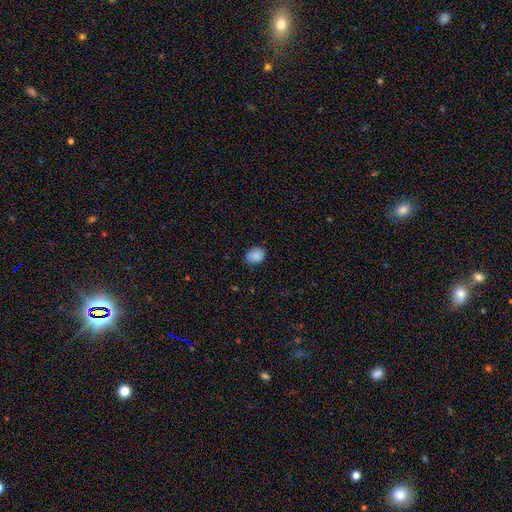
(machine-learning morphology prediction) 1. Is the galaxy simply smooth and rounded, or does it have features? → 87% smooth, 9% star or artifact, 5% featured or disk.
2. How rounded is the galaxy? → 52% in between, 47% round, 1% cigar-shaped.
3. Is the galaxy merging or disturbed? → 76% none, 20% minor disturbance, 3% major disturbance, 1% merger.